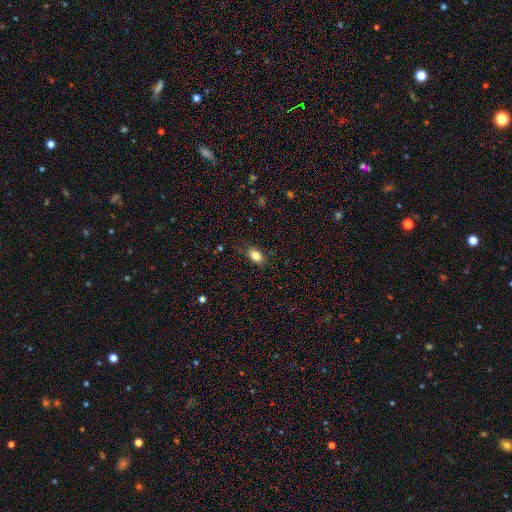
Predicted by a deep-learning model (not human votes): A smooth galaxy with no disk features (84%) that is in between round and cigar-shaped (79%). Merging: none (80%).